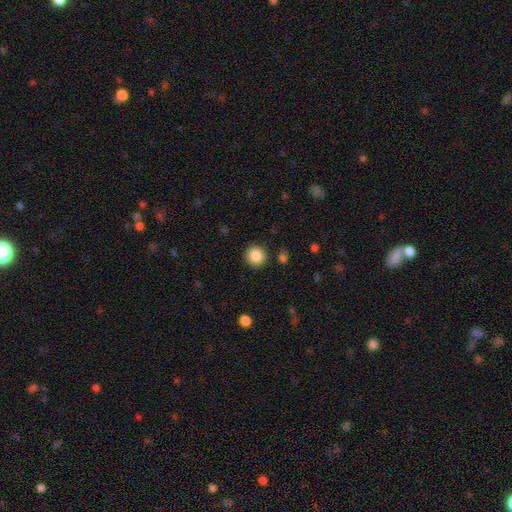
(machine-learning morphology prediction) Smooth or featured?
  - smooth: 86% *
  - star or artifact: 9%
  - featured or disk: 5%
How rounded?
  - round: 95% *
  - in between: 4%
  - cigar-shaped: 1%
Merging?
  - none: 90% *
  - minor disturbance: 6%
  - major disturbance: 2%
  - merger: 2%